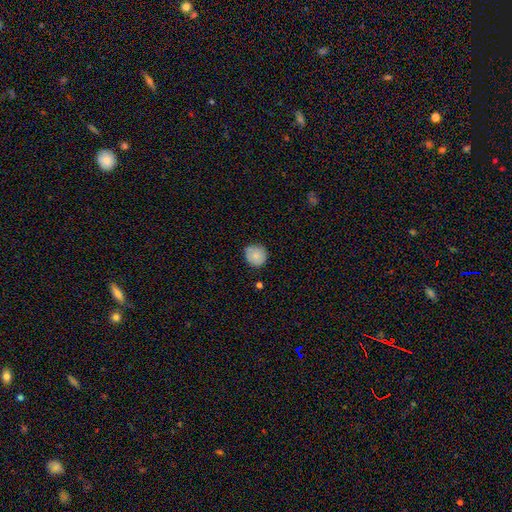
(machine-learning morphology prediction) Smooth or featured? Predicted: smooth (p=0.82). How rounded? Predicted: round (p=0.87). Merging? Predicted: none (p=0.80).